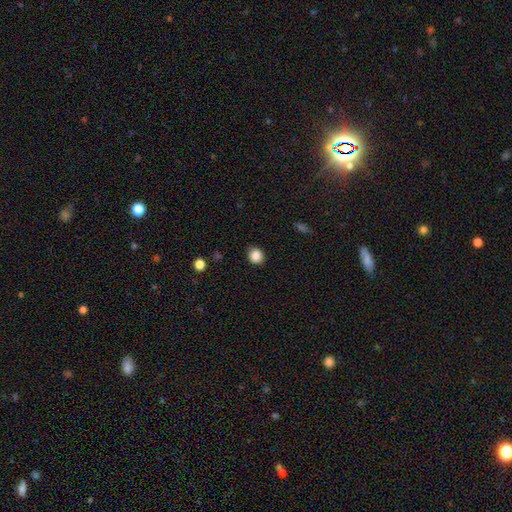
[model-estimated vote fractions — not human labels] The model was most divided on "how rounded": round: 80%, in between: 19%, cigar-shaped: 1%. More confident: merging — none (89%); smooth or featured — smooth (86%).